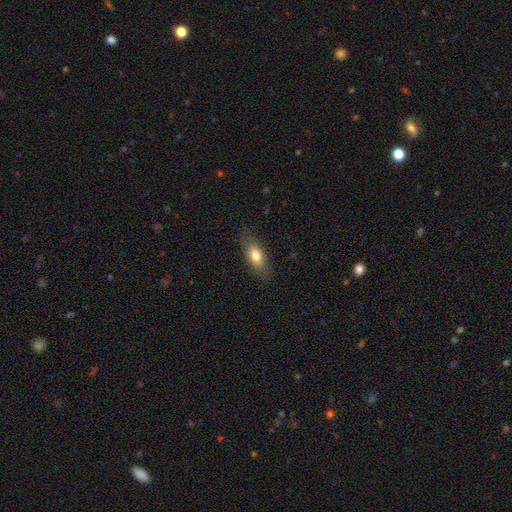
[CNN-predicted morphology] Smooth or featured? Predicted: smooth (p=0.77). How rounded? Predicted: in between (p=0.79). Merging? Predicted: none (p=0.83).